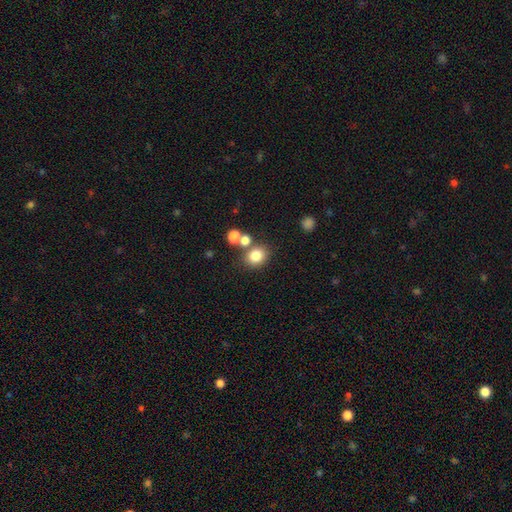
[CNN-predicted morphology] A smooth galaxy with no disk features (80%) that is round (58%). Merging: none (67%).